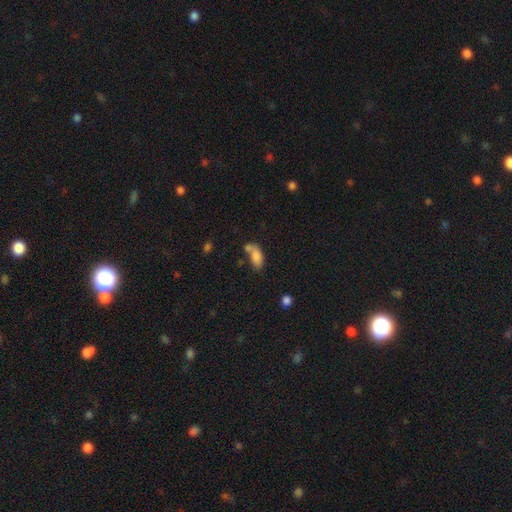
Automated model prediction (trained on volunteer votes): Smooth or featured: smooth — 81% (featured or disk — 10%)
How rounded: in between — 88% (cigar-shaped — 8%)
Merging: merger — 37% (none — 35%)